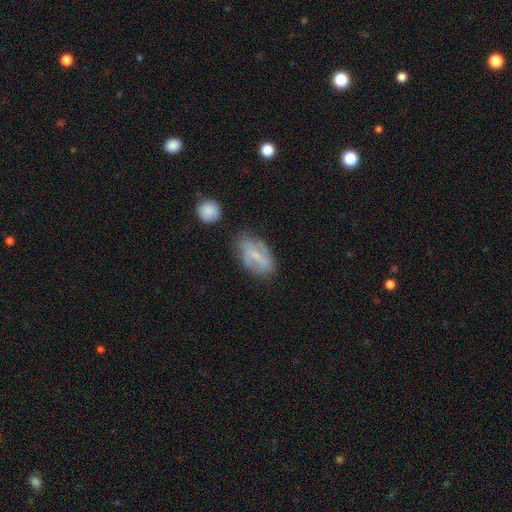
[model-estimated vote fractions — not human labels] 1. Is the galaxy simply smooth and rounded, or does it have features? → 48% featured or disk, 44% smooth, 8% star or artifact.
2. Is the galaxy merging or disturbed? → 57% none, 28% minor disturbance, 10% major disturbance, 4% merger.